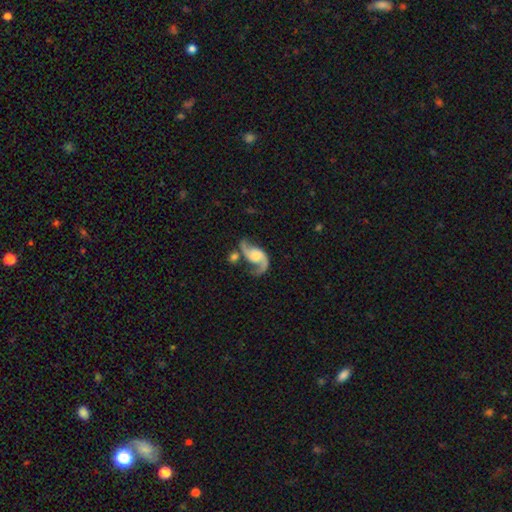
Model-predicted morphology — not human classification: Smooth or featured: featured or disk — 88% (smooth — 7%)
Edge-on disk: no — 97% (yes — 3%)
Bar: no — 60% (weak — 31%)
Spiral arms: yes — 97% (no — 3%)
Spiral winding: loose — 60% (medium — 34%)
Spiral arm count: 2 — 90% (1 — 5%)
Bulge size: moderate — 33% (small — 29%)
Merging: none — 53% (minor disturbance — 17%)